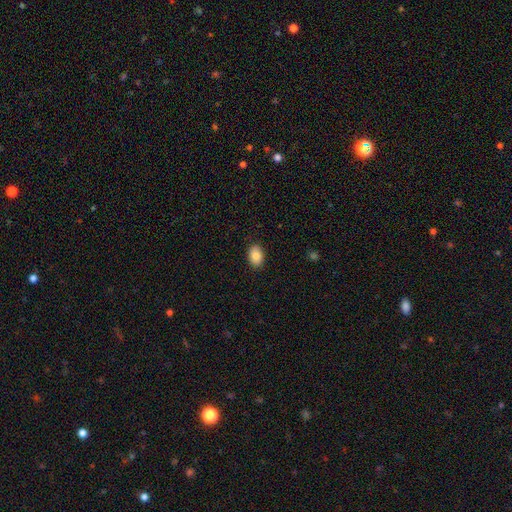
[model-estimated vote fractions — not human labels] smooth_or_featured: smooth (p=0.87) [alt: star or artifact p=0.08]
how_rounded: in between (p=0.83) [alt: round p=0.16]
merging: none (p=0.89) [alt: minor disturbance p=0.08]